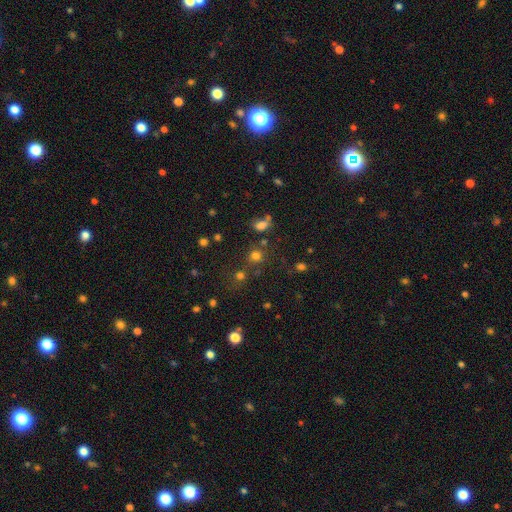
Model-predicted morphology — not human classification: Smooth or featured? smooth (70%)
How rounded? round (83%)
Merging? none (68%)